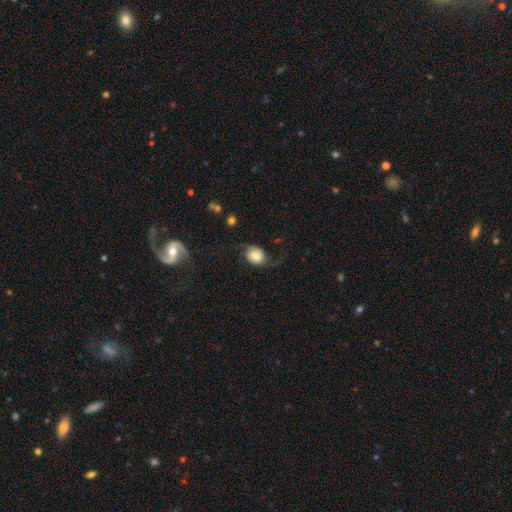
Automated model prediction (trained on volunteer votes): Smooth or featured? smooth (46%)
Merging? none (52%)